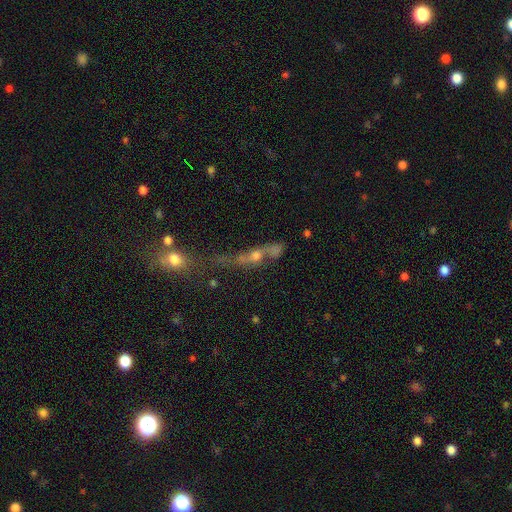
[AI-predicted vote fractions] This appears to be a smooth galaxy with no disk features (37%). Merging: merger (48%).